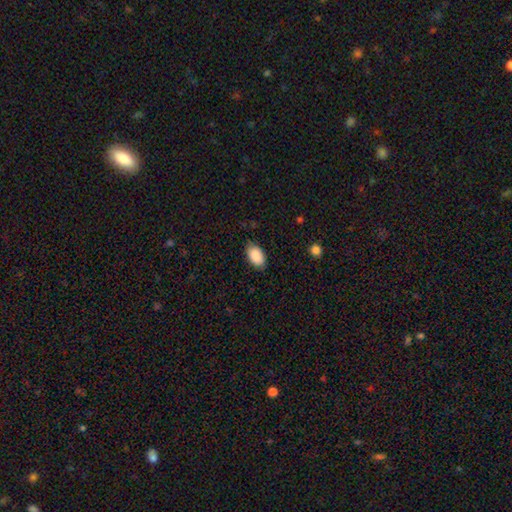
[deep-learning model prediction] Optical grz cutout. It shows a smooth galaxy with no disk features (90%) that is in between round and cigar-shaped (94%). Merging: none (82%).